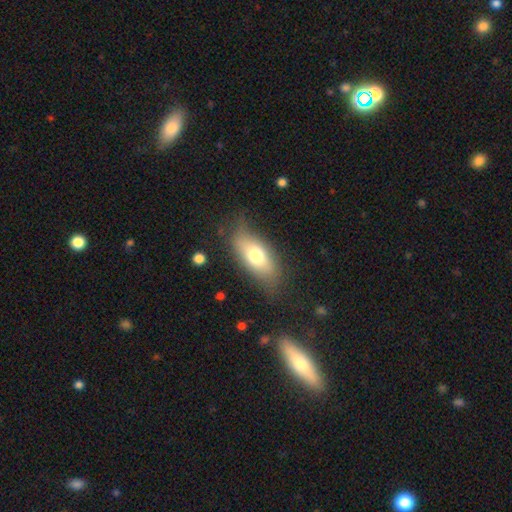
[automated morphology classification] Overall: smooth (68%). How rounded: in between (82%). Merging: none (72%).